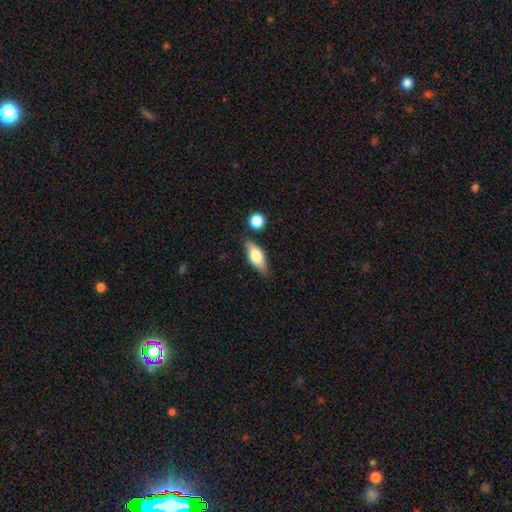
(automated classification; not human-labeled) The model was most divided on "smooth or featured": smooth: 65%, featured or disk: 29%, star or artifact: 7%. More confident: merging — none (76%); how rounded — in between (74%).